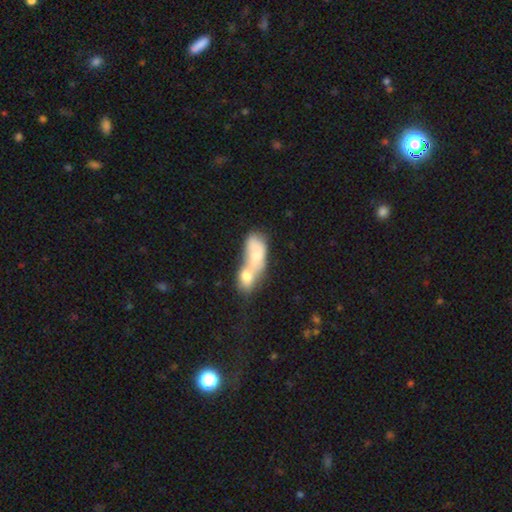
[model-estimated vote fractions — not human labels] A smooth galaxy with no disk features (66%) that is in between round and cigar-shaped (77%). Merging: merger (81%).